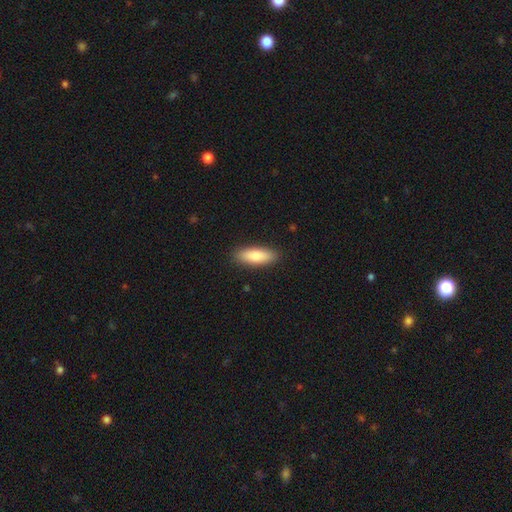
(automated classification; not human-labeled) Smooth or featured? smooth (79%)
How rounded? in between (64%)
Merging? none (90%)